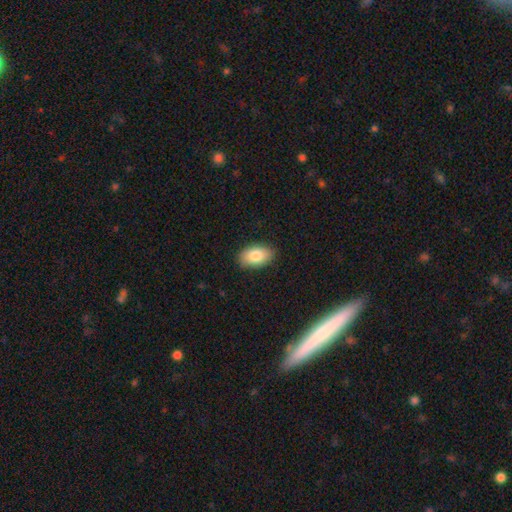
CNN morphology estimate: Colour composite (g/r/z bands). It shows a smooth galaxy with no disk features (83%) that is in between round and cigar-shaped (93%). Merging: none (86%).